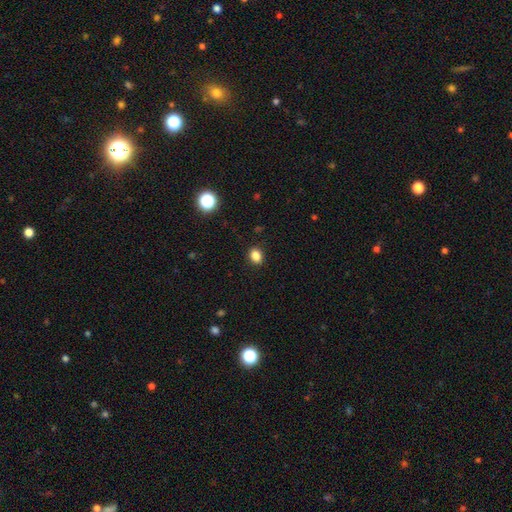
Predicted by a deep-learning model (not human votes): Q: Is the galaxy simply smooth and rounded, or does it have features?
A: smooth — 85%.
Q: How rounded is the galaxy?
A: in between — 59%.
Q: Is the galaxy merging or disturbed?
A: none — 89%.